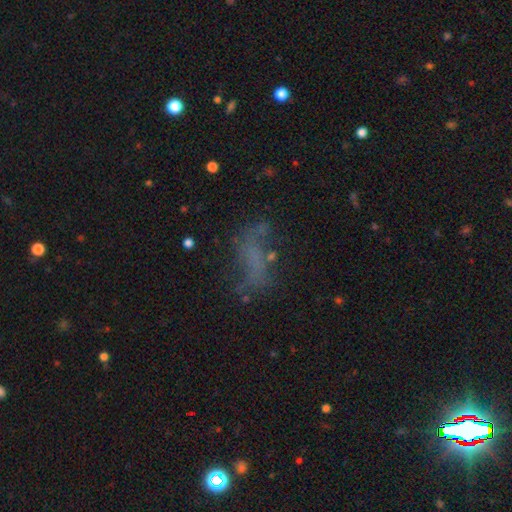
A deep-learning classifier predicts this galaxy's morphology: Smooth or featured? featured or disk (43%)
Merging? none (47%)